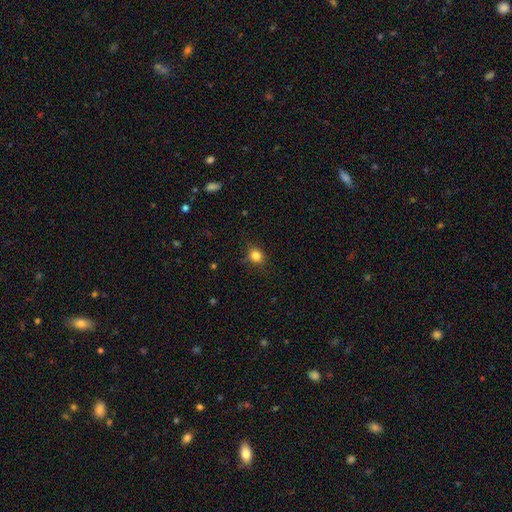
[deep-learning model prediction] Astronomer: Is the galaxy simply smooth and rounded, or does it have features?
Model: smooth — 83%.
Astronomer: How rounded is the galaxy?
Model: round — 75%.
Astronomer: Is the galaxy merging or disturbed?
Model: none — 85%.